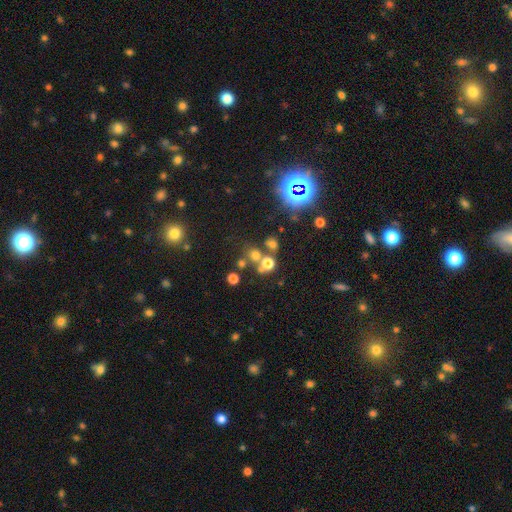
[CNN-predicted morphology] Smooth or featured?
  - smooth: 58% *
  - star or artifact: 31%
  - featured or disk: 10%
How rounded?
  - round: 86% *
  - in between: 13%
  - cigar-shaped: 1%
Merging?
  - none: 64% *
  - merger: 23%
  - minor disturbance: 8%
  - major disturbance: 5%